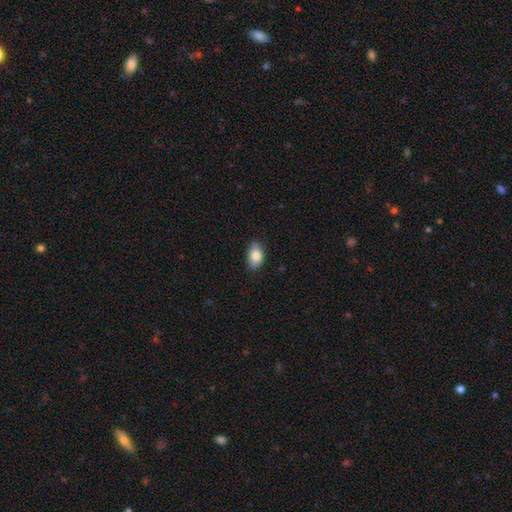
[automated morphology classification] A smooth galaxy with no disk features (85%) that is in between round and cigar-shaped (88%). Merging: none (77%).